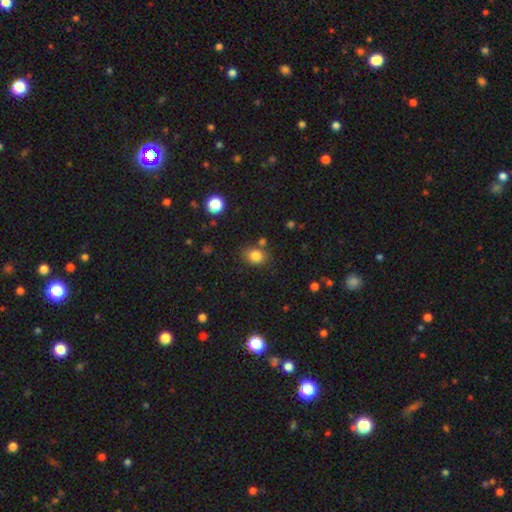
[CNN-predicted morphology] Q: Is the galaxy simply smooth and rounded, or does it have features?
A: smooth — 83%.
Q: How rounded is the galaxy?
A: round — 50%.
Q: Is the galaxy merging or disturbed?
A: none — 74%.